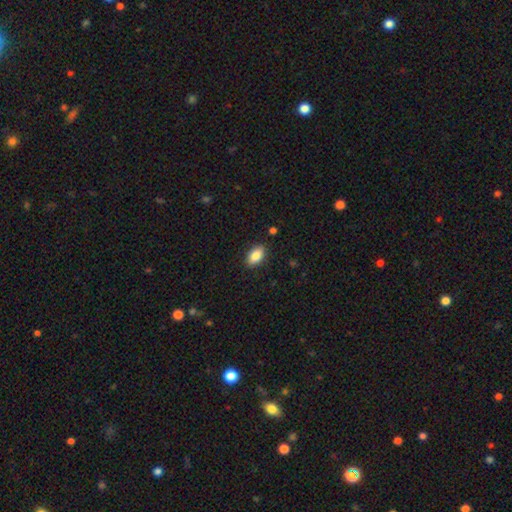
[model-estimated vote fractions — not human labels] Smooth or featured: smooth — 85% (star or artifact — 8%)
How rounded: in between — 91% (round — 5%)
Merging: none — 87% (minor disturbance — 9%)